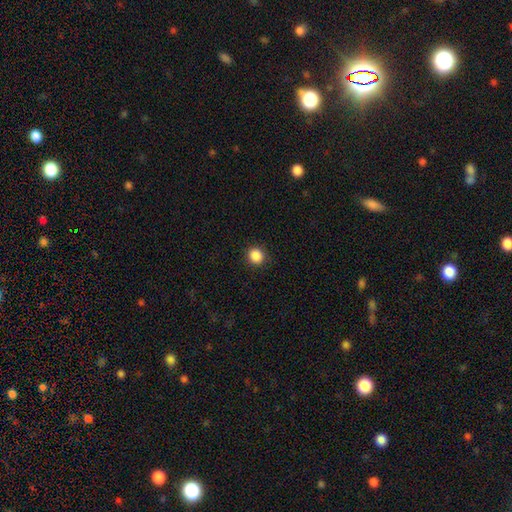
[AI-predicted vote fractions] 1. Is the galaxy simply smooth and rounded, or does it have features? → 88% smooth, 10% star or artifact, 3% featured or disk.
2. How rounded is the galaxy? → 90% round, 9% in between, 1% cigar-shaped.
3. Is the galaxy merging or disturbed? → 90% none, 7% minor disturbance, 2% major disturbance, 1% merger.